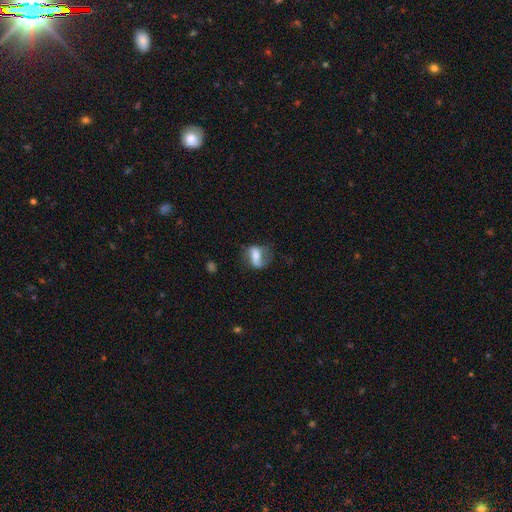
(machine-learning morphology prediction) Smooth or featured?
  - smooth: 48% *
  - featured or disk: 43%
  - star or artifact: 9%
Merging?
  - none: 44% *
  - minor disturbance: 27%
  - major disturbance: 26%
  - merger: 3%